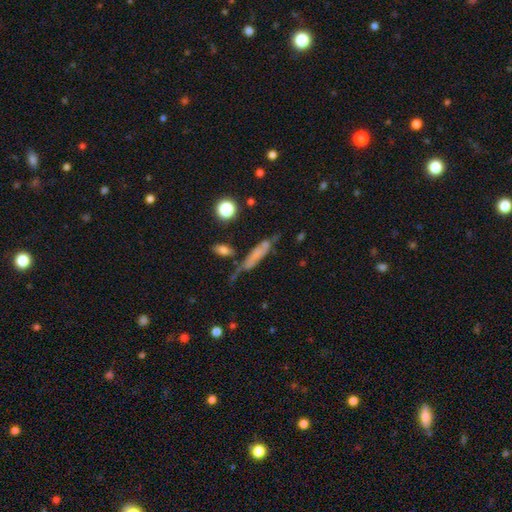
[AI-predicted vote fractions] A smooth galaxy with no disk features (58%) that is cigar-shaped (74%).

Vote fractions:
- Smooth or featured? smooth: 58% / featured or disk: 30% / star or artifact: 12%
- How rounded? cigar-shaped: 74% / in between: 21% / round: 4%
- Merging? none: 47% / minor disturbance: 25% / merger: 15% / major disturbance: 13%